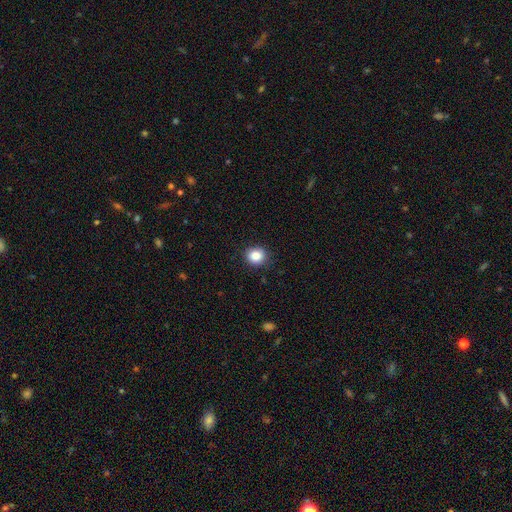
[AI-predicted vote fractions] This is clearly a smooth galaxy (85%). How rounded: clearly round (82%). Merging: clearly none (90%).